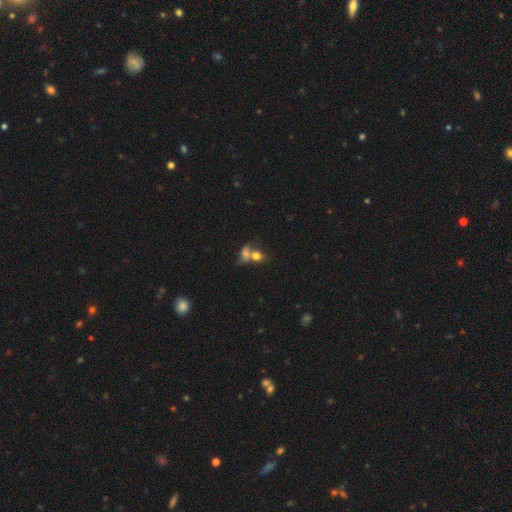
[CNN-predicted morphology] This appears to be a smooth galaxy with no disk features (70%) that is round (53%). Merging: merger (59%).